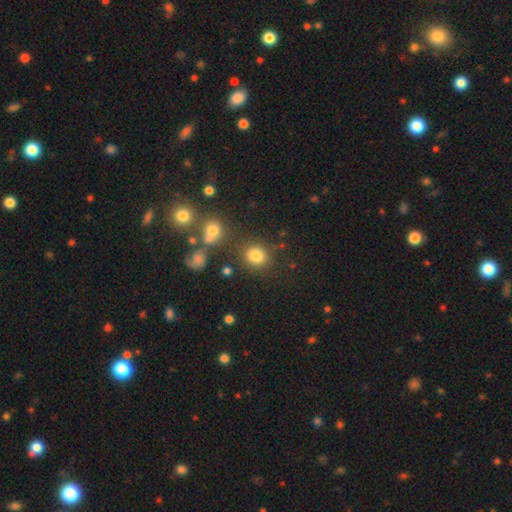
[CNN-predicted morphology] This is likely a smooth galaxy (80%). How rounded: clearly round (80%). Merging: likely none (77%).